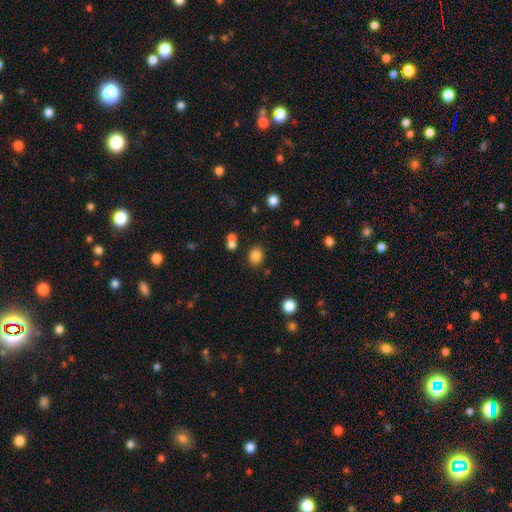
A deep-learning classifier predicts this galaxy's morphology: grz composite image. It shows a smooth galaxy with no disk features (83%) that is round (65%). Merging: none (80%).